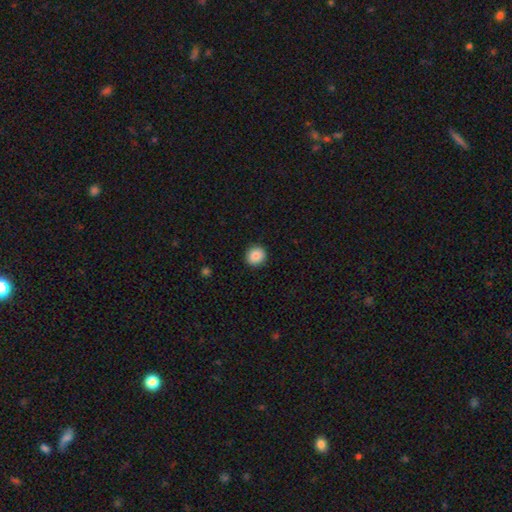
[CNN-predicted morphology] Overall: smooth (87%). How rounded: round (90%). Merging: none (92%).